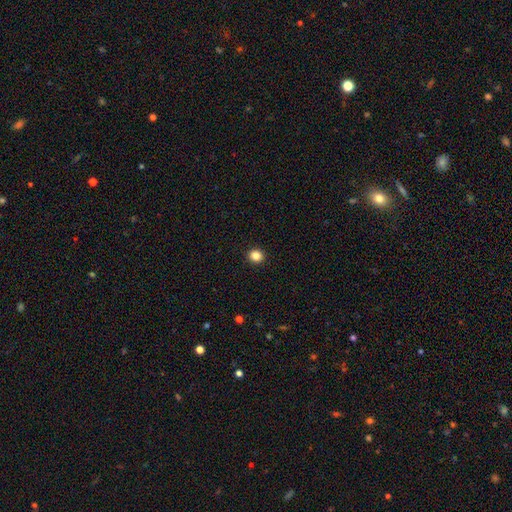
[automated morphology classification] The model was most divided on "how rounded": round: 86%, in between: 13%, cigar-shaped: 1%. More confident: merging — none (93%); smooth or featured — smooth (85%).